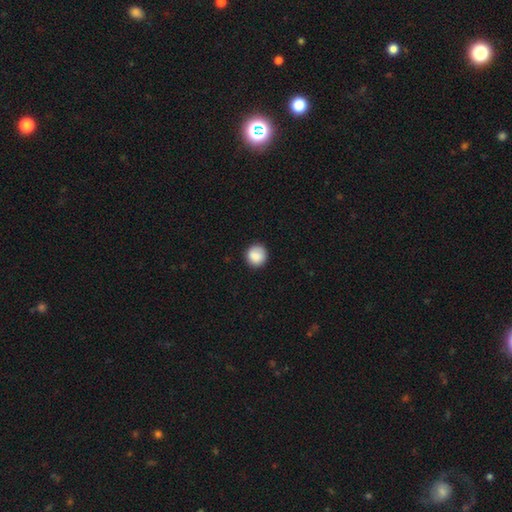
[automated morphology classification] Overall: smooth (87%). How rounded: round (91%). Merging: none (87%).